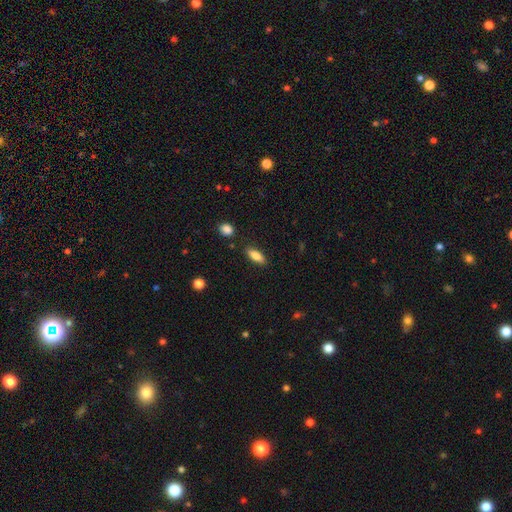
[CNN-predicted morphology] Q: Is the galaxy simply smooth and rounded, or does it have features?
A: smooth — 82%.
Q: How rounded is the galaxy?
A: in between — 69%.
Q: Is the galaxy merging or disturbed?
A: none — 85%.